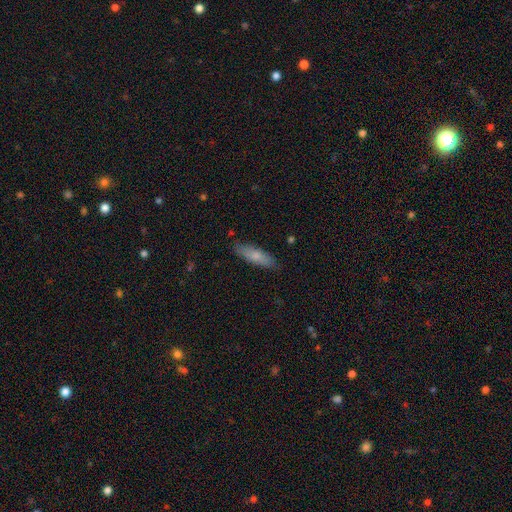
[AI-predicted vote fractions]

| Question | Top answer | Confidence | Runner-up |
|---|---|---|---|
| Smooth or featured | smooth | 73% | featured or disk (21%) |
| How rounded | cigar-shaped | 52% | in between (46%) |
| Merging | none | 84% | minor disturbance (13%) |